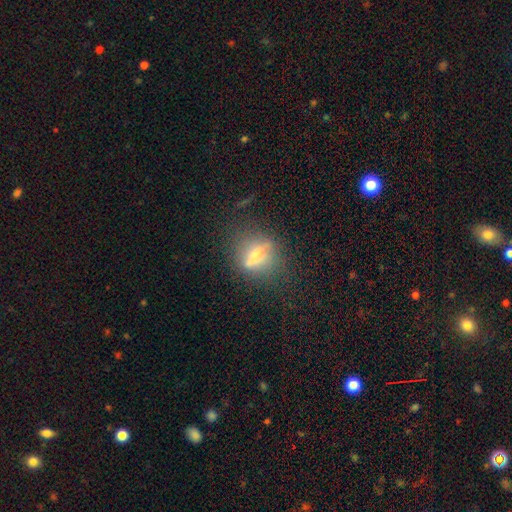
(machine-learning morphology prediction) Q: Smooth or featured?
A: featured or disk (43%); tied with: smooth (43%)
Q: Merging?
A: none (70%); runner-up: minor disturbance (16%)